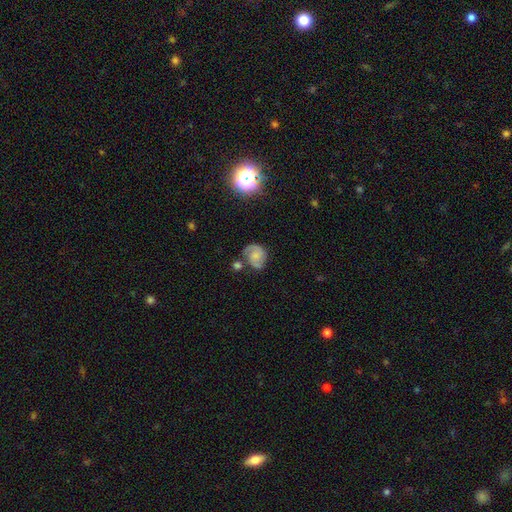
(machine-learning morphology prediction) Smooth or featured?
  - featured or disk: 72% *
  - smooth: 19%
  - star or artifact: 9%
Edge-on disk?
  - no: 98% *
  - yes: 2%
Bar?
  - no: 63% *
  - weak: 31%
  - strong: 6%
Spiral arms?
  - yes: 94% *
  - no: 6%
Spiral winding?
  - medium: 49% *
  - tight: 35%
  - loose: 16%
Spiral arm count?
  - 2: 85% *
  - can't tell: 6%
  - 1: 5%
  - 3: 2%
  - 4: 1%
  - more than 4: 1%
Bulge size?
  - small: 47% *
  - moderate: 25%
  - none: 24%
  - large: 3%
  - dominant: 1%
Merging?
  - none: 62% *
  - minor disturbance: 20%
  - merger: 10%
  - major disturbance: 8%